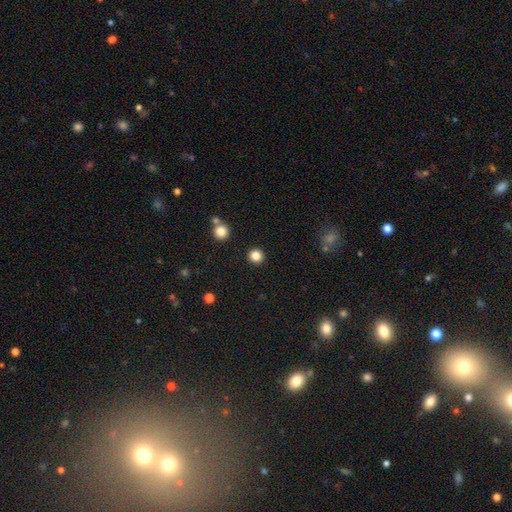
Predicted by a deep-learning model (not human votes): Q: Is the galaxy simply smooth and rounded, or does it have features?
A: smooth — 84%.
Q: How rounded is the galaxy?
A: round — 94%.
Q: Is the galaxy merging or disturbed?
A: none — 91%.